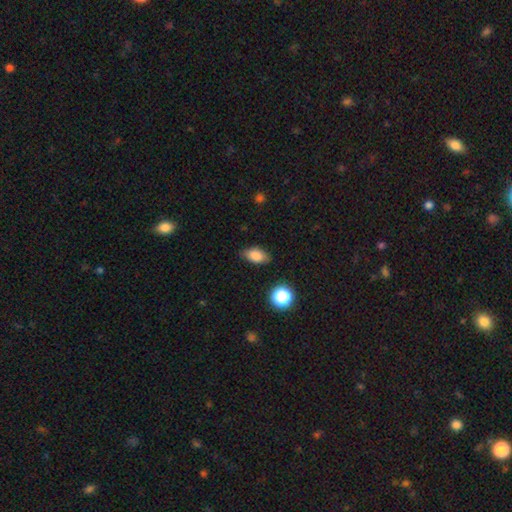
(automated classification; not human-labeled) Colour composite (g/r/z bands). It shows a smooth galaxy with no disk features (83%) that is in between round and cigar-shaped (87%). Merging: none (81%).